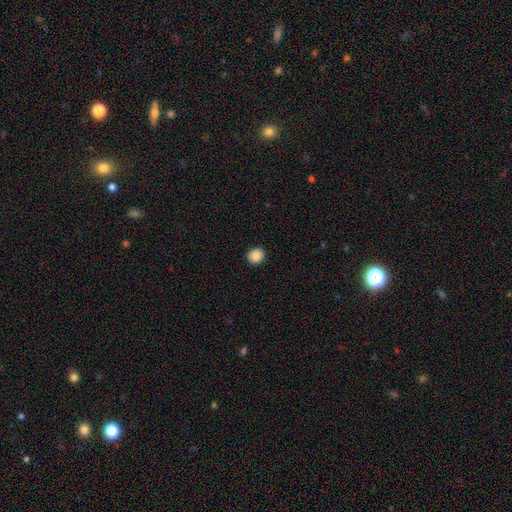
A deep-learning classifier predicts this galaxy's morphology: Smooth or featured? Predicted: smooth (p=0.89). How rounded? Predicted: round (p=0.83). Merging? Predicted: none (p=0.92).